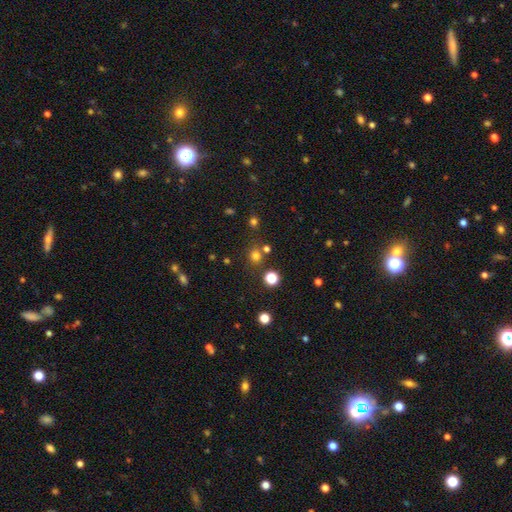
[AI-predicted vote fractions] This is likely a smooth galaxy (71%). How rounded: clearly round (85%). Merging: likely none (75%).